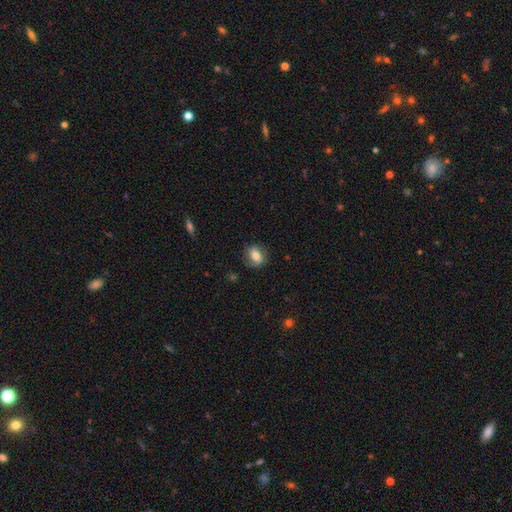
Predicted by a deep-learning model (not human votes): A smooth galaxy with no disk features (63%) that is in between round and cigar-shaped (59%). Merging: none (71%).